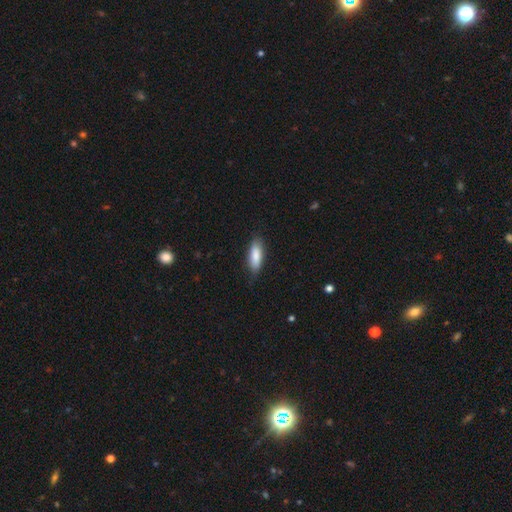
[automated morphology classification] A smooth galaxy with no disk features (85%) that is in between round and cigar-shaped (67%).

Vote fractions:
- Smooth or featured? smooth: 85% / featured or disk: 9% / star or artifact: 6%
- How rounded? in between: 67% / cigar-shaped: 32% / round: 2%
- Merging? none: 82% / minor disturbance: 14% / major disturbance: 3% / merger: 1%